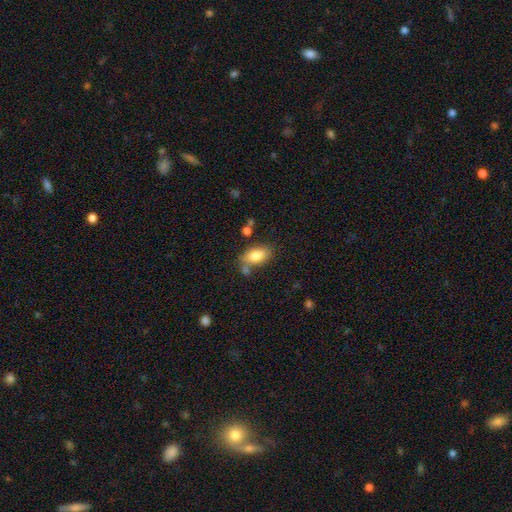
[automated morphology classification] smooth-or-featured: smooth: 81% | featured or disk: 12% | star or artifact: 7%
  how-rounded: in between: 90% | cigar-shaped: 5% | round: 5%
  merging: none: 67% | minor disturbance: 16% | merger: 12% | major disturbance: 5%